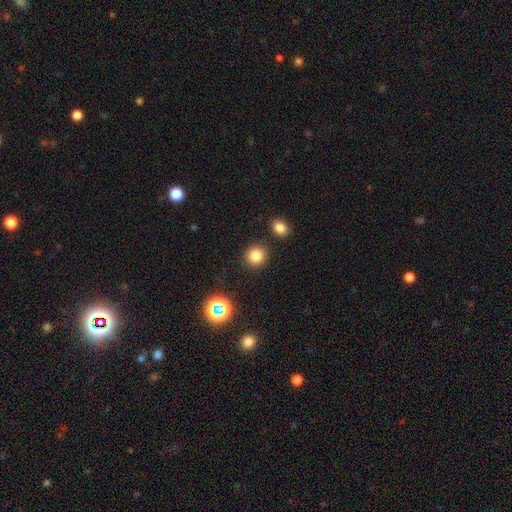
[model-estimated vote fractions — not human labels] The model was most divided on "smooth or featured": smooth: 82%, star or artifact: 13%, featured or disk: 5%. More confident: how rounded — round (89%); merging — none (87%).